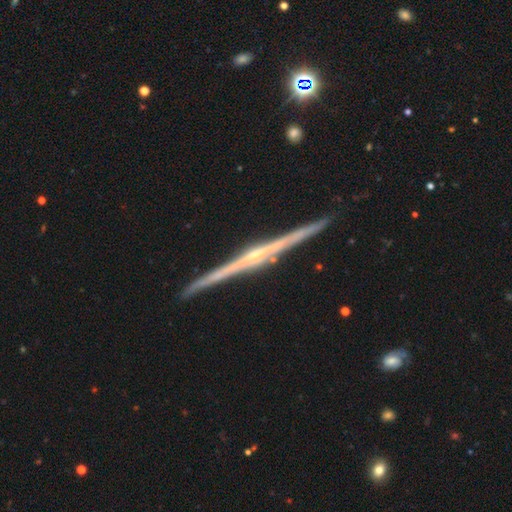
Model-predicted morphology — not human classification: type=featured or disk (89%); edge-on=yes (99%); edge-on bulge=rounded (66%); merging=none (92%).